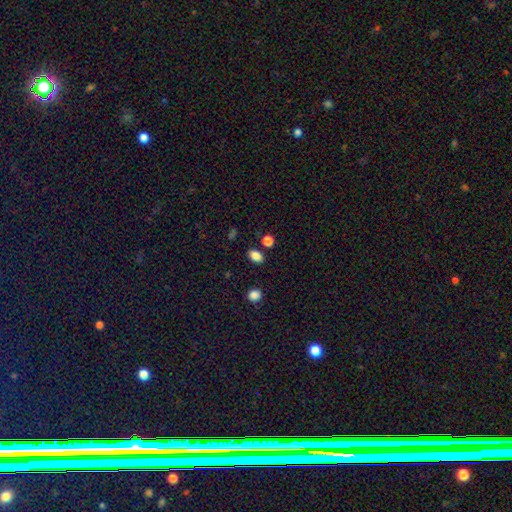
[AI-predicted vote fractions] Smooth or featured: smooth — 85% (star or artifact — 10%)
How rounded: in between — 81% (round — 18%)
Merging: none — 84% (minor disturbance — 9%)